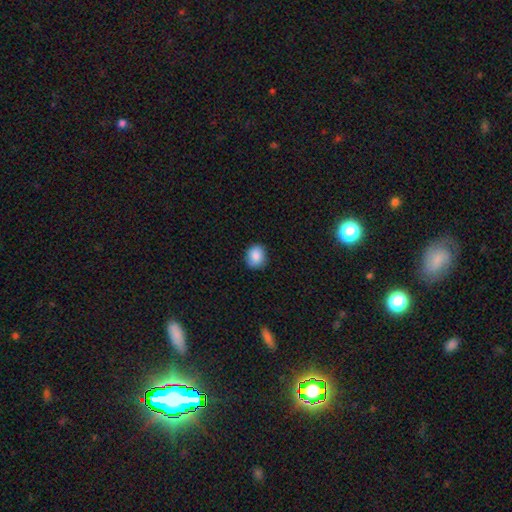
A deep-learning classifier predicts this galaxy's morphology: A smooth galaxy with no disk features (87%) that is round (68%).

Vote fractions:
- Smooth or featured? smooth: 87% / star or artifact: 8% / featured or disk: 5%
- How rounded? round: 68% / in between: 31% / cigar-shaped: 1%
- Merging? none: 84% / minor disturbance: 13% / major disturbance: 2% / merger: 1%